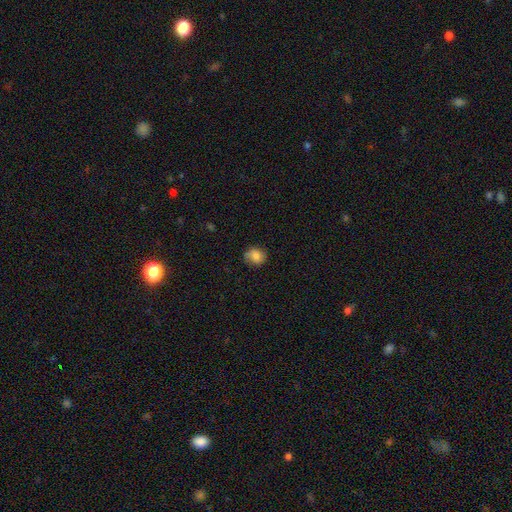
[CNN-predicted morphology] This appears to be a smooth galaxy with no disk features (77%) that is round (69%). Merging: none (76%).